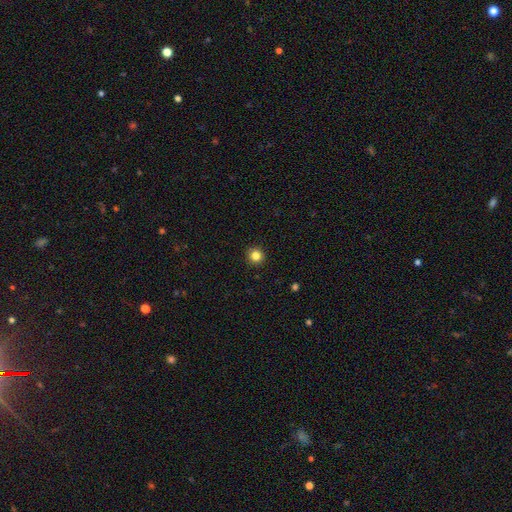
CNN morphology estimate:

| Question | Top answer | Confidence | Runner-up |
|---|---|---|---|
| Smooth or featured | smooth | 83% | star or artifact (12%) |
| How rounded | round | 94% | in between (5%) |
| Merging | none | 93% | minor disturbance (4%) |